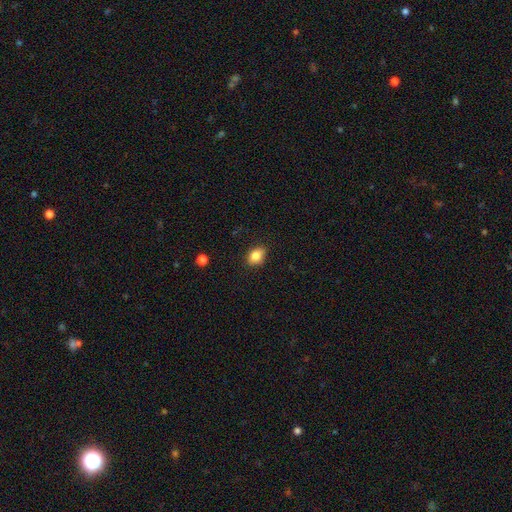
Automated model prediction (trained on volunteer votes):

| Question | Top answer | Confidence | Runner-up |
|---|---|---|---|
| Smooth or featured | smooth | 83% | star or artifact (9%) |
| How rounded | in between | 69% | round (29%) |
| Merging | none | 81% | minor disturbance (15%) |